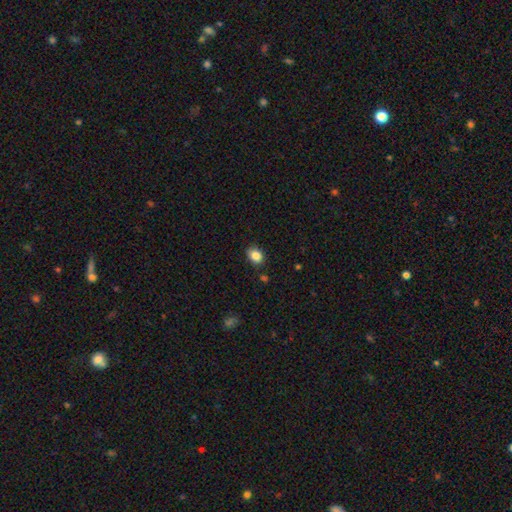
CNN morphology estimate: Smooth or featured: smooth — 85% (star or artifact — 9%)
How rounded: in between — 61% (round — 38%)
Merging: none — 85% (minor disturbance — 11%)